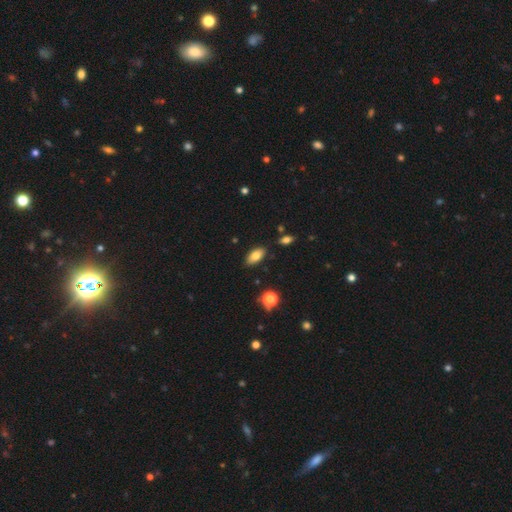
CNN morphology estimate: This appears to be a smooth galaxy with no disk features (78%) that is in between round and cigar-shaped (90%). Merging: none (83%).